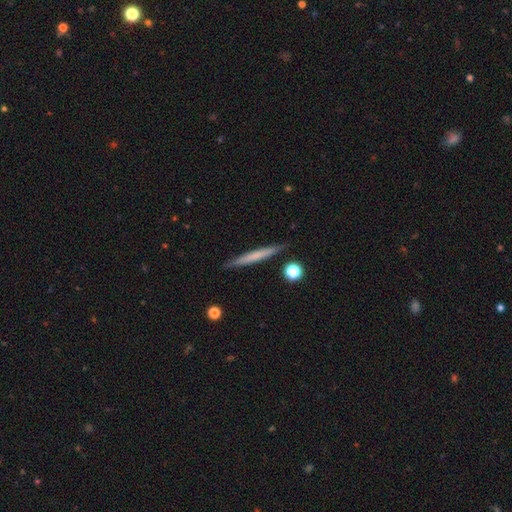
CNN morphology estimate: Q: Smooth or featured?
A: smooth (56%); runner-up: featured or disk (37%)
Q: How rounded?
A: cigar-shaped (96%); runner-up: in between (3%)
Q: Merging?
A: none (89%); runner-up: minor disturbance (8%)